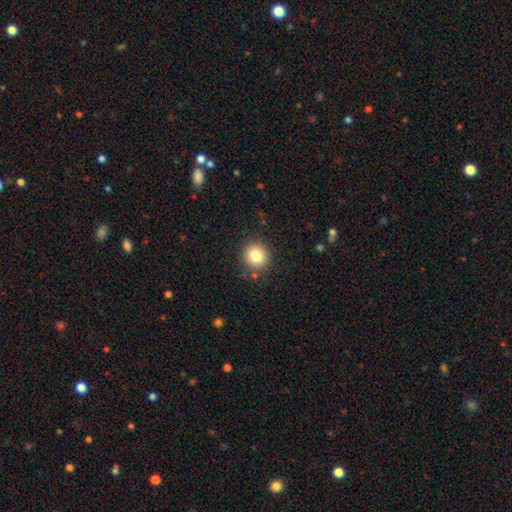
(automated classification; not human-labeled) Overall: smooth (82%). How rounded: round (92%). Merging: none (88%).